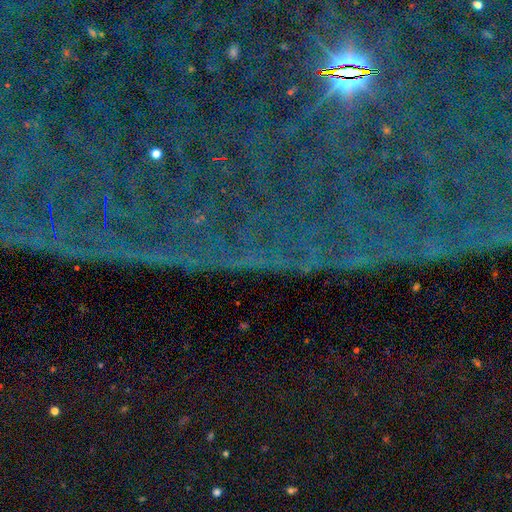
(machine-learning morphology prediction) Smooth or featured? Predicted: star or artifact (p=0.86).